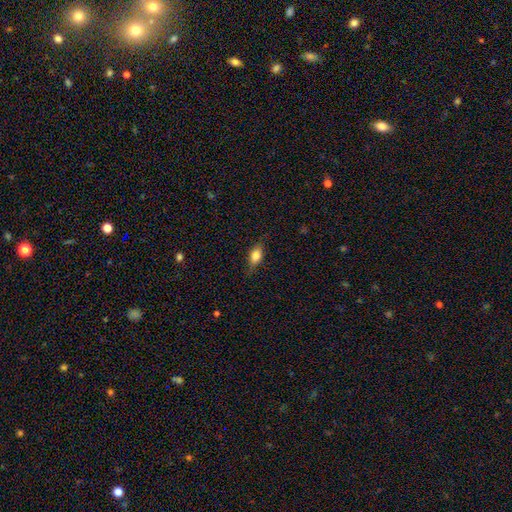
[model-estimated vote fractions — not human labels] Smooth or featured?
  - smooth: 75% *
  - featured or disk: 17%
  - star or artifact: 8%
How rounded?
  - in between: 80% *
  - cigar-shaped: 10%
  - round: 9%
Merging?
  - none: 76% *
  - minor disturbance: 18%
  - major disturbance: 4%
  - merger: 1%